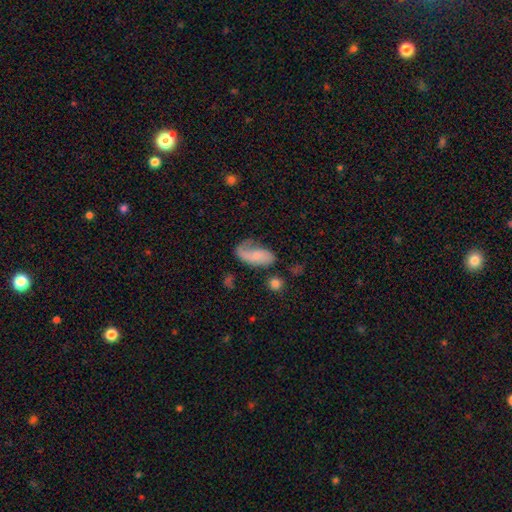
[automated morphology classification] Q: Smooth or featured?
A: smooth (52%); runner-up: featured or disk (40%)
Q: How rounded?
A: in between (90%); runner-up: cigar-shaped (6%)
Q: Merging?
A: none (37%); runner-up: major disturbance (30%)